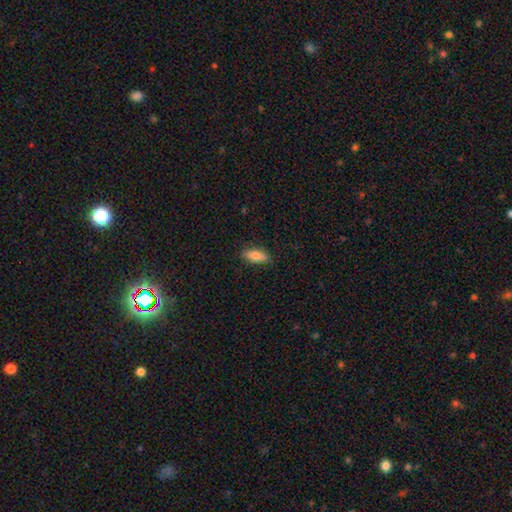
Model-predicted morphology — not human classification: Smooth or featured: smooth — 80% (featured or disk — 14%)
How rounded: in between — 76% (cigar-shaped — 21%)
Merging: none — 84% (minor disturbance — 13%)